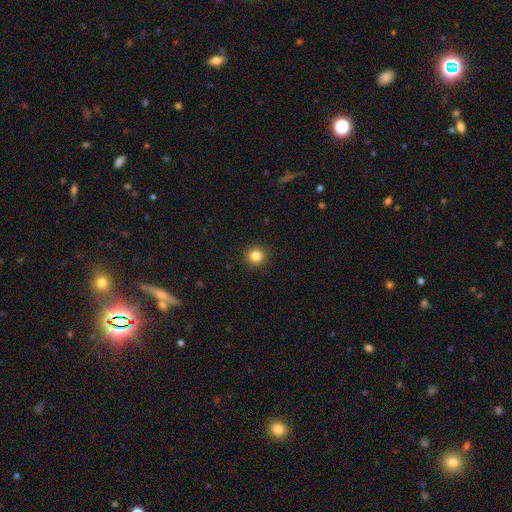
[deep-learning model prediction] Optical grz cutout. It shows a smooth galaxy with no disk features (84%) that is round (93%). Merging: none (93%).